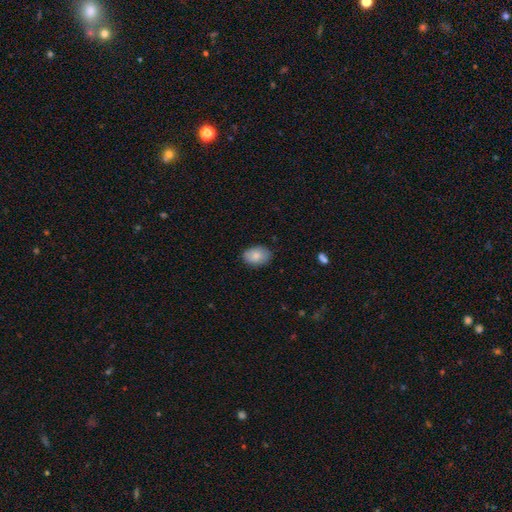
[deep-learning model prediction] smooth-or-featured: smooth: 84% | featured or disk: 9% | star or artifact: 7%
  how-rounded: in between: 83% | round: 16% | cigar-shaped: 1%
  merging: none: 82% | minor disturbance: 14% | major disturbance: 3% | merger: 1%